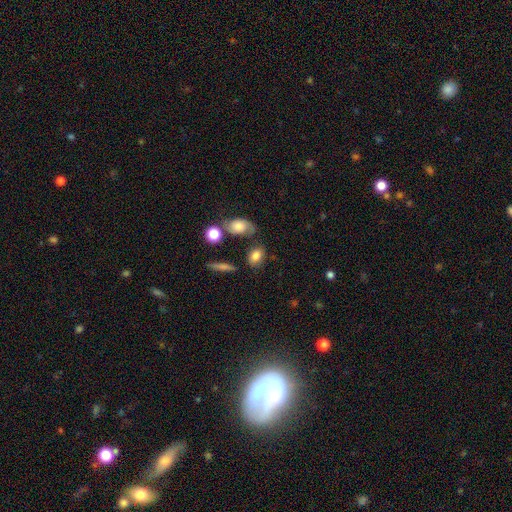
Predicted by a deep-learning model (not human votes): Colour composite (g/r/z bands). It shows a smooth galaxy with no disk features (78%) that is in between round and cigar-shaped (77%). Merging: none (67%).